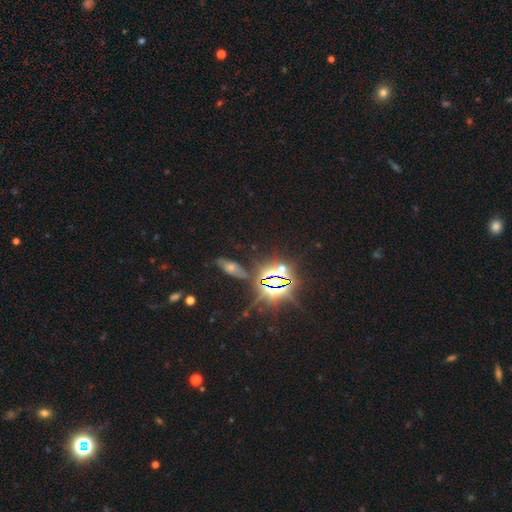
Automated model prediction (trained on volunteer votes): Morphology: type=star or artifact (77%).